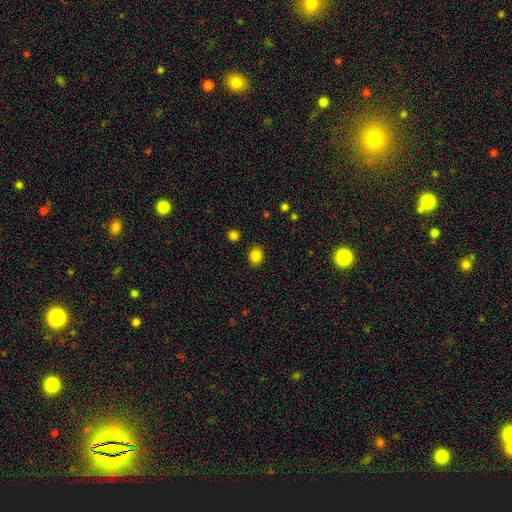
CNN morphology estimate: This is clearly a smooth galaxy (85%). How rounded: possibly in between (53%). Merging: clearly none (86%).